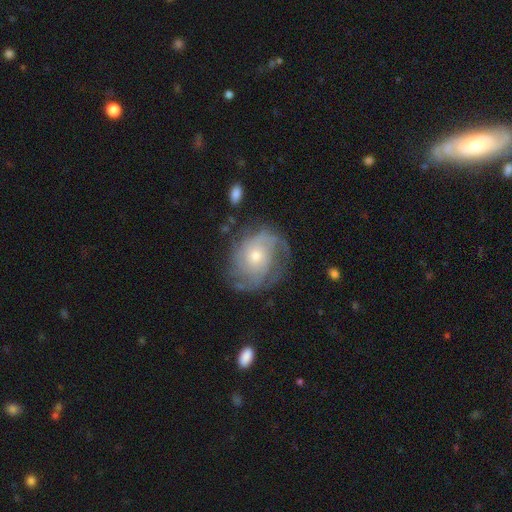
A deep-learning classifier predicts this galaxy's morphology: This appears to be a featured or disk galaxy (79%) with no bar (79%), tight (53%) spiral arms (91%) and a moderate central bulge (50%). Merging: none (68%).